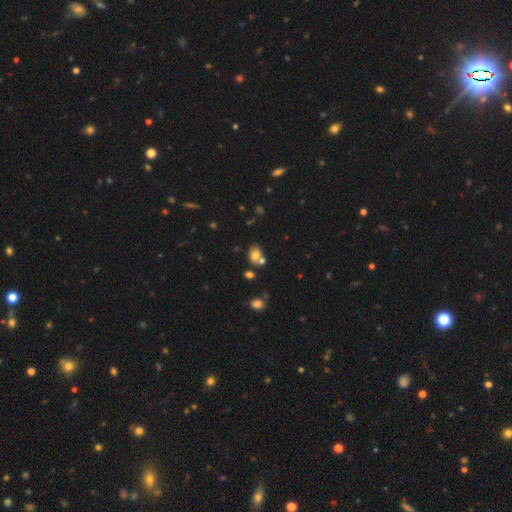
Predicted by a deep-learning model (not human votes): smooth_or_featured: smooth (p=0.71) [alt: featured or disk p=0.15]
how_rounded: in between (p=0.59) [alt: round p=0.40]
merging: none (p=0.49) [alt: merger p=0.32]